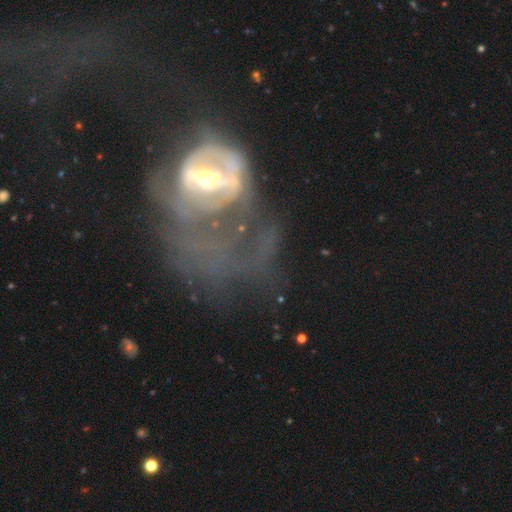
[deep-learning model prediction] A featured or disk galaxy (70%) with no bar (44%), no spiral arms (60%) and a moderate central bulge (60%). Merging: major disturbance (60%).